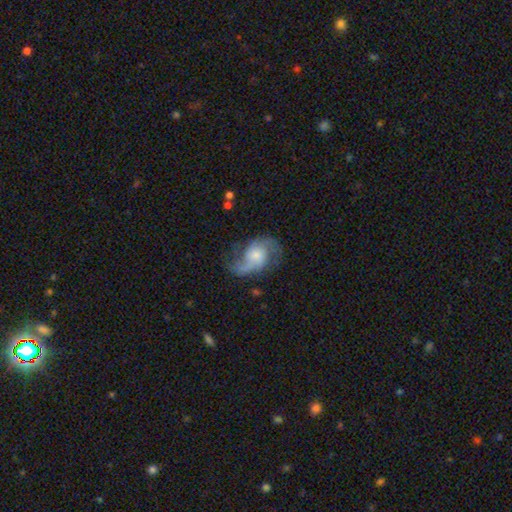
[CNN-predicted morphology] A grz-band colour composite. It shows a featured or disk galaxy (80%) with no bar (65%), 2 (81%) loose (50%) spiral arms (94%) and a small central bulge (42%). Merging: none (59%).